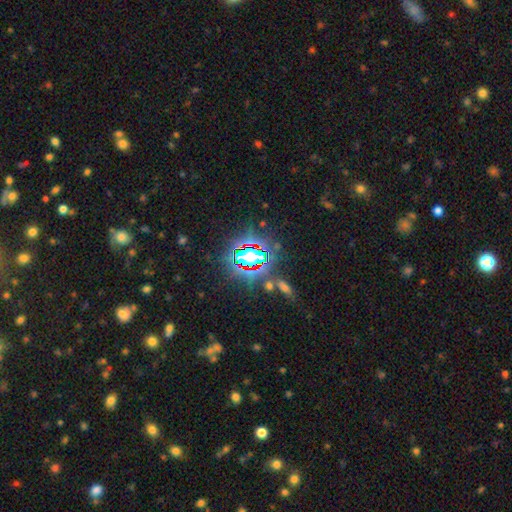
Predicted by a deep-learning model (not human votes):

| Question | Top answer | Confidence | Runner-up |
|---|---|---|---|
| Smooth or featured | star or artifact | 79% | smooth (13%) |